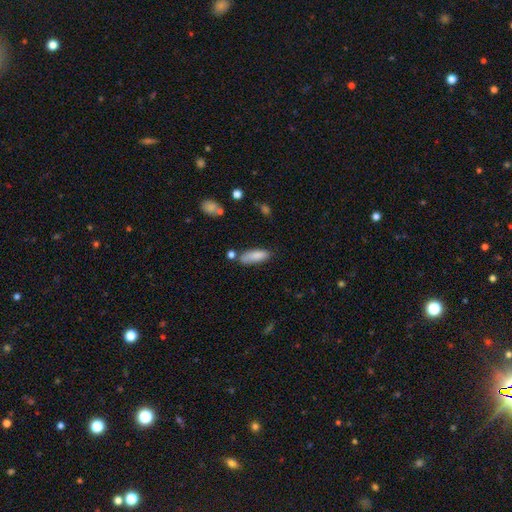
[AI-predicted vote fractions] smooth 85%, featured or disk 9%, star or artifact 7%. Down the decision tree: how rounded — in between (63%); merging — none (63%).